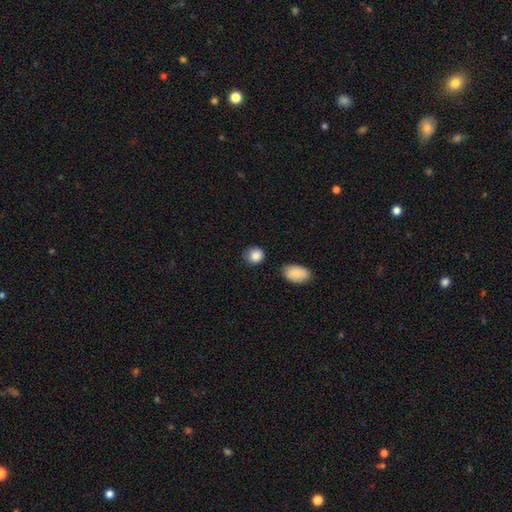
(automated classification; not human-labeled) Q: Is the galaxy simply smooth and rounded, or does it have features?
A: smooth — 87%.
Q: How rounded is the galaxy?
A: round — 79%.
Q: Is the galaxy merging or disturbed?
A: none — 78%.